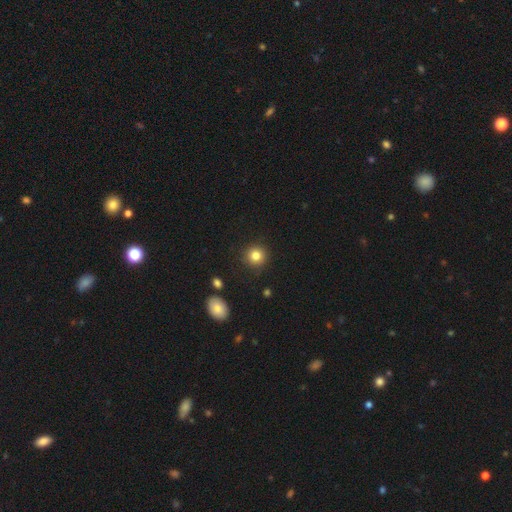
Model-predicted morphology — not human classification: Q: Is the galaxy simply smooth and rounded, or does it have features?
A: smooth — 83%.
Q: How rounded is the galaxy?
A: round — 92%.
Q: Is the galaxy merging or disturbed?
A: none — 89%.